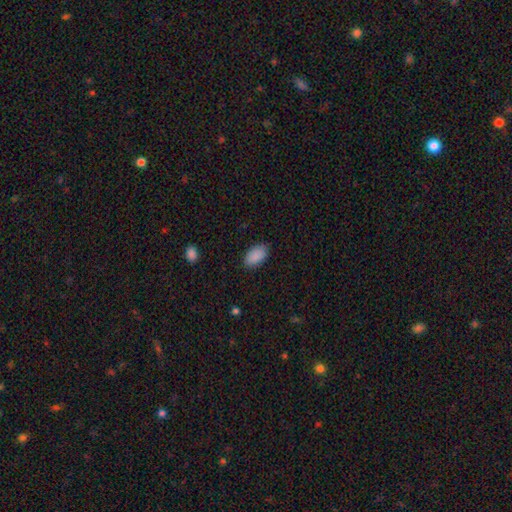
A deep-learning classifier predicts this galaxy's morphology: This appears to be a smooth galaxy with no disk features (90%) that is in between round and cigar-shaped (94%). Merging: none (86%).